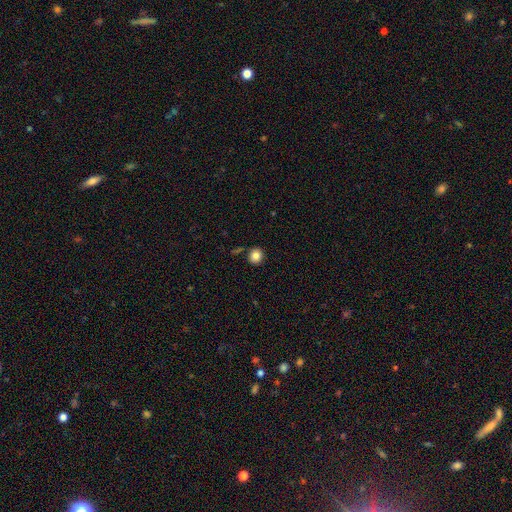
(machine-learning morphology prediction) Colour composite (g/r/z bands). It shows a smooth galaxy with no disk features (84%) that is round (84%). Merging: none (85%).